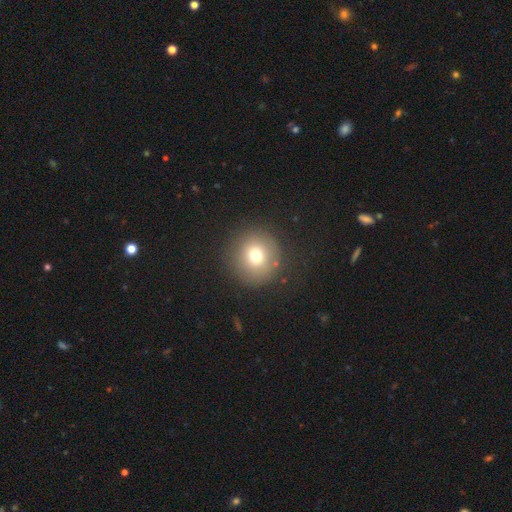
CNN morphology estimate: Smooth or featured?
  - smooth: 72% *
  - star or artifact: 14%
  - featured or disk: 14%
How rounded?
  - round: 94% *
  - in between: 5%
  - cigar-shaped: 1%
Merging?
  - none: 86% *
  - minor disturbance: 8%
  - major disturbance: 4%
  - merger: 2%